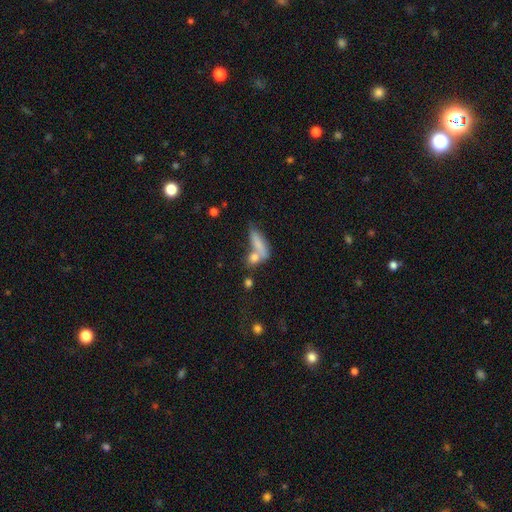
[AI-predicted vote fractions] This appears to be a smooth galaxy with no disk features (67%) that is in between round and cigar-shaped (44%). Merging: none (40%).